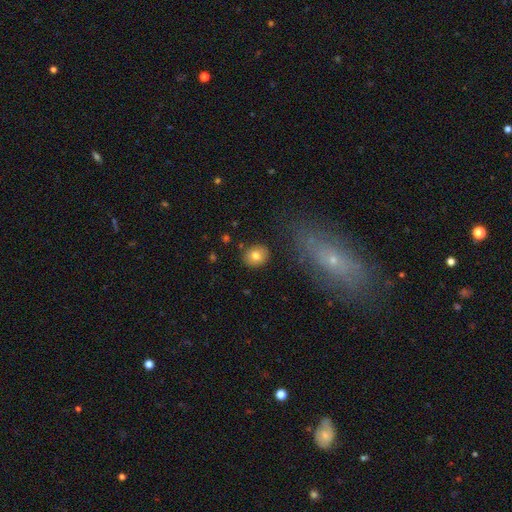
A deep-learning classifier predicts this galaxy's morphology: Smooth or featured: smooth — 78% (featured or disk — 12%)
How rounded: round — 78% (in between — 21%)
Merging: none — 87% (minor disturbance — 8%)